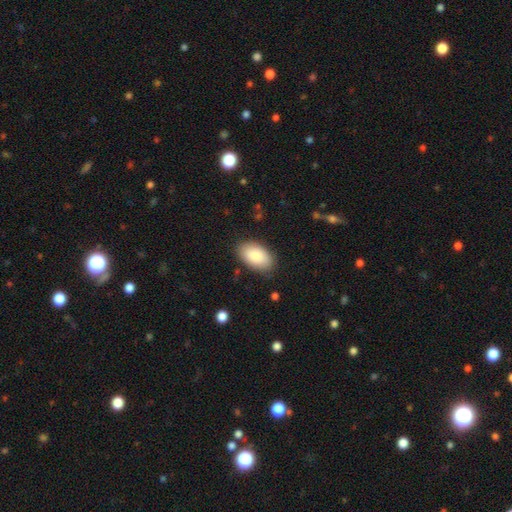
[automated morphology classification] A smooth galaxy with no disk features (86%) that is in between round and cigar-shaped (94%). Merging: none (84%).